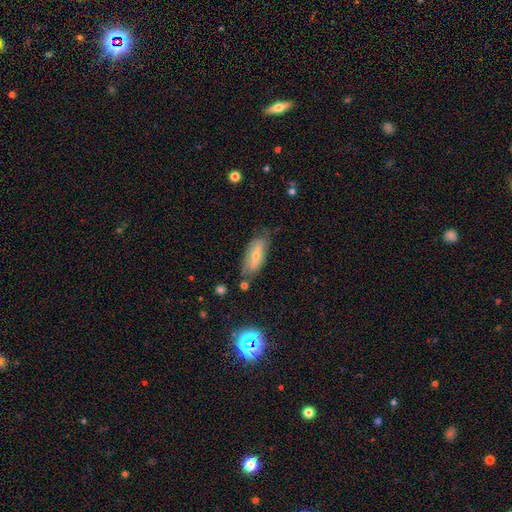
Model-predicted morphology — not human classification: smooth_or_featured: smooth (p=0.48) [alt: featured or disk p=0.44]
merging: none (p=0.66) [alt: minor disturbance p=0.23]